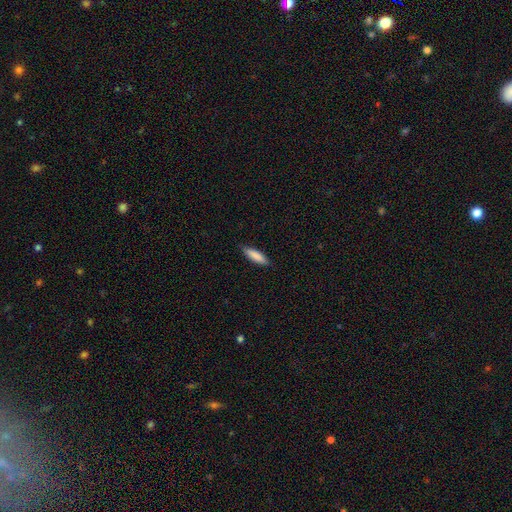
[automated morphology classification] smooth 86%, featured or disk 9%, star or artifact 6%. Down the decision tree: how rounded — cigar-shaped (62%); merging — none (84%).